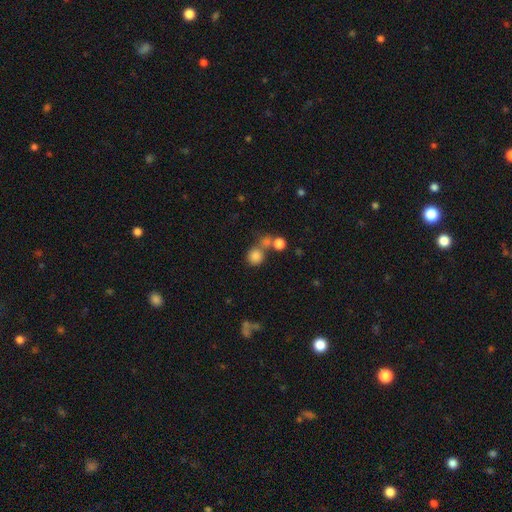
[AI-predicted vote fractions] This appears to be a smooth galaxy with no disk features (80%) that is round (89%). Merging: none (57%).